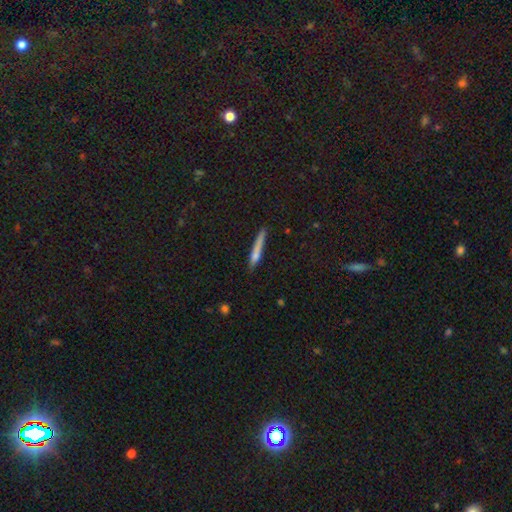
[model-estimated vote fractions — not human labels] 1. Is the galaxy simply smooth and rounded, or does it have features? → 60% smooth, 30% featured or disk, 11% star or artifact.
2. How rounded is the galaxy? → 94% cigar-shaped, 4% in between, 2% round.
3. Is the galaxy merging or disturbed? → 80% none, 15% minor disturbance, 3% major disturbance, 2% merger.